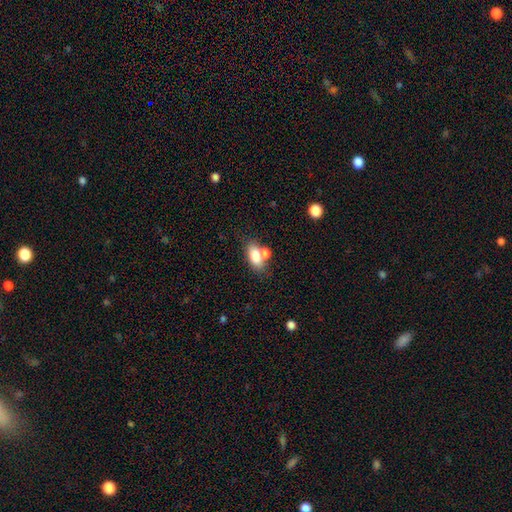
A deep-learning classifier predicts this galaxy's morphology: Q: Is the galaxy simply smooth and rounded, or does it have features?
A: smooth — 78%.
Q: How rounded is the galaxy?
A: in between — 85%.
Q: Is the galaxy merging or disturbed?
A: none — 49%.